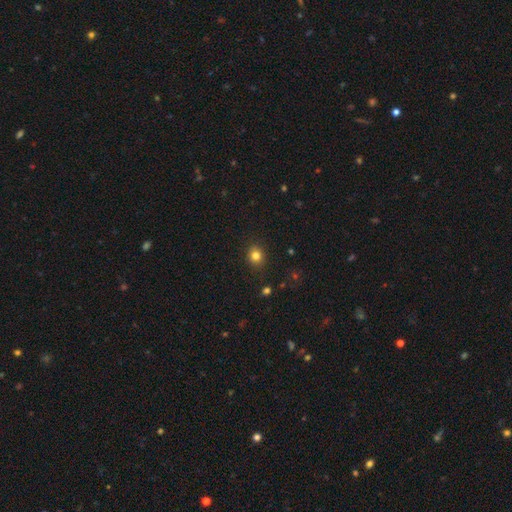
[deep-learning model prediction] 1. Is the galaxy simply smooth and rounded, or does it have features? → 81% smooth, 13% star or artifact, 6% featured or disk.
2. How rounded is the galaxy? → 79% round, 20% in between, 1% cigar-shaped.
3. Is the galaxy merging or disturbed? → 89% none, 7% minor disturbance, 2% major disturbance, 1% merger.